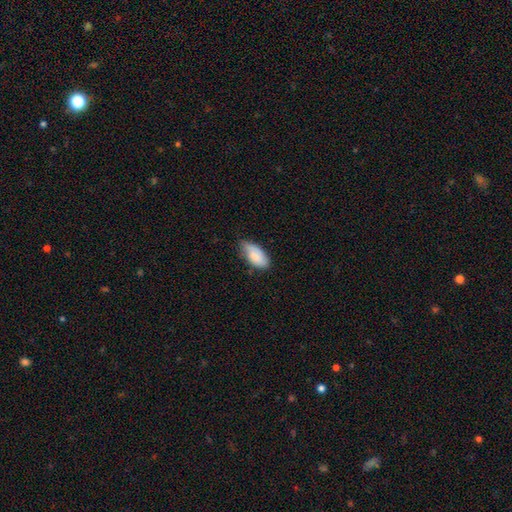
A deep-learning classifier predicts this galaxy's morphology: This is likely a smooth galaxy (78%). How rounded: clearly in between (93%). Merging: likely none (62%).